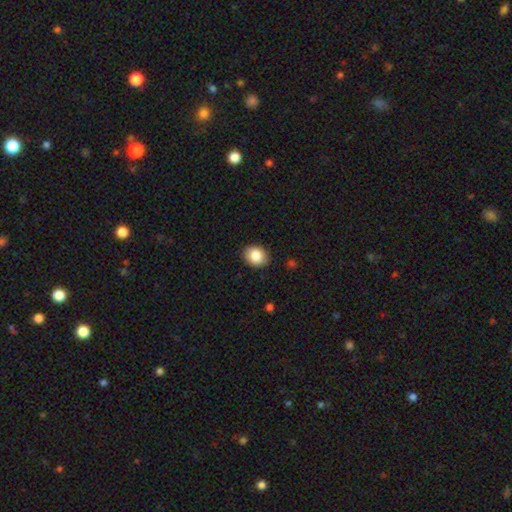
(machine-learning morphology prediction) Smooth or featured?
  - smooth: 86% *
  - star or artifact: 8%
  - featured or disk: 6%
How rounded?
  - round: 51% *
  - in between: 48%
  - cigar-shaped: 1%
Merging?
  - none: 89% *
  - minor disturbance: 8%
  - major disturbance: 2%
  - merger: 1%